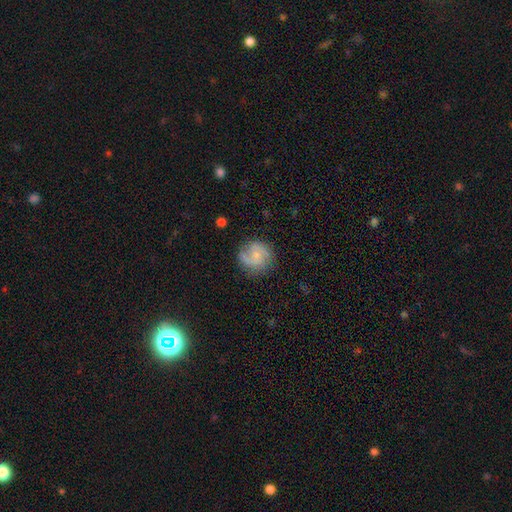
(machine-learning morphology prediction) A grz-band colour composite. It shows a featured or disk galaxy (52%) with no bar (67%), spiral arms (87%) and a small central bulge (57%). Merging: none (70%).